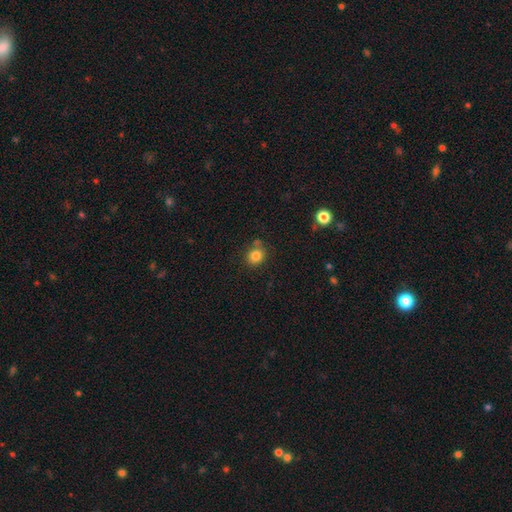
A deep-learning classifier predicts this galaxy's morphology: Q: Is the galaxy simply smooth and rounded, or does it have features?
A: smooth — 83%.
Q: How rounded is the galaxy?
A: round — 79%.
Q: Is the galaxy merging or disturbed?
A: none — 73%.